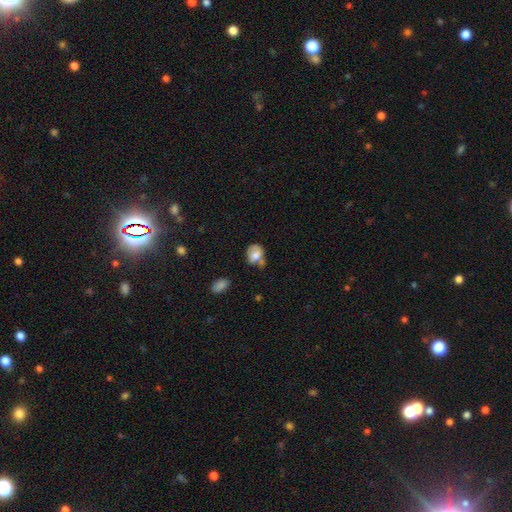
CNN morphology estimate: Smooth or featured? Predicted: smooth (p=0.66). How rounded? Predicted: in between (p=0.59). Merging? Predicted: none (p=0.34).